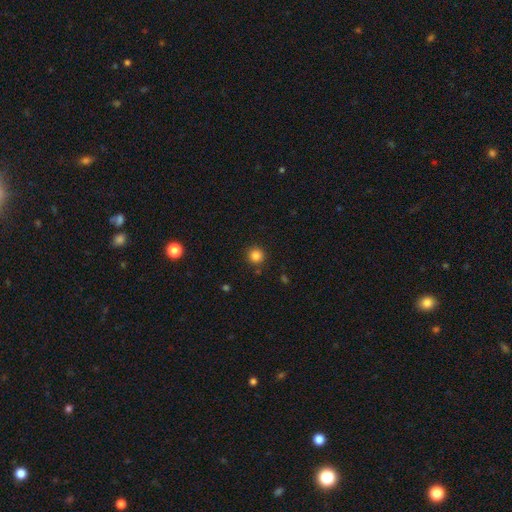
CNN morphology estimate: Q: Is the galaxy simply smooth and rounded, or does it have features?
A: smooth — 84%.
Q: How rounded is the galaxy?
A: round — 94%.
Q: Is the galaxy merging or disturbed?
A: none — 88%.